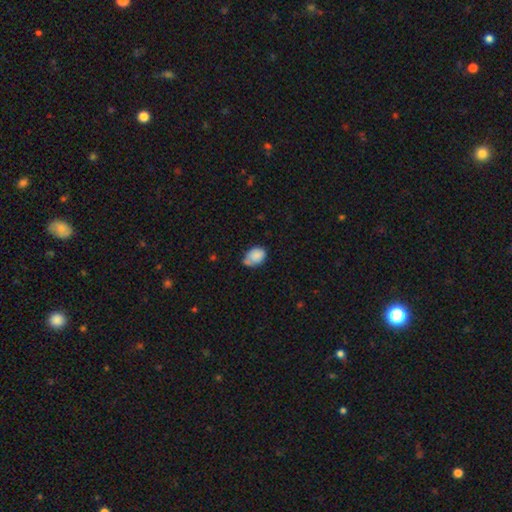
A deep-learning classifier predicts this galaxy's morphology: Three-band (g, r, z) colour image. It shows a smooth galaxy with no disk features (84%) that is in between round and cigar-shaped (69%). Merging: none (48%).